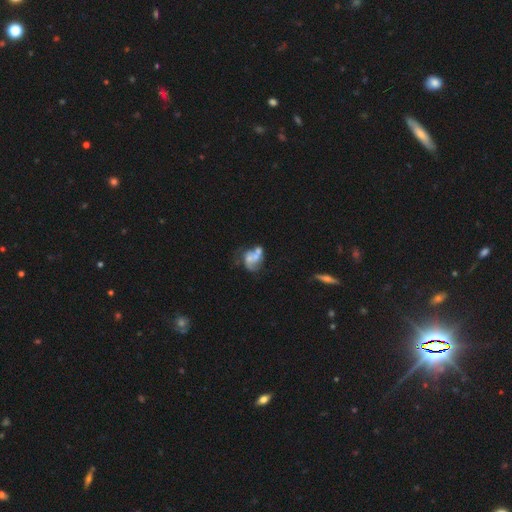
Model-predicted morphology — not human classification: Smooth or featured? featured or disk (57%)
Edge-on disk? no (97%)
Bar? no (80%)
Spiral arms? no (57%)
Bulge size? small (34%, tied with none)
Merging? merger (45%)